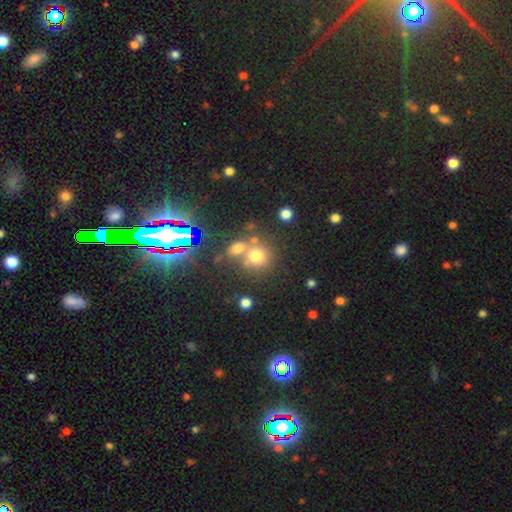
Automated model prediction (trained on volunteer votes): smooth-or-featured: smooth: 67% | star or artifact: 22% | featured or disk: 11%
  how-rounded: round: 82% | in between: 17% | cigar-shaped: 1%
  merging: none: 50% | merger: 35% | minor disturbance: 9% | major disturbance: 5%